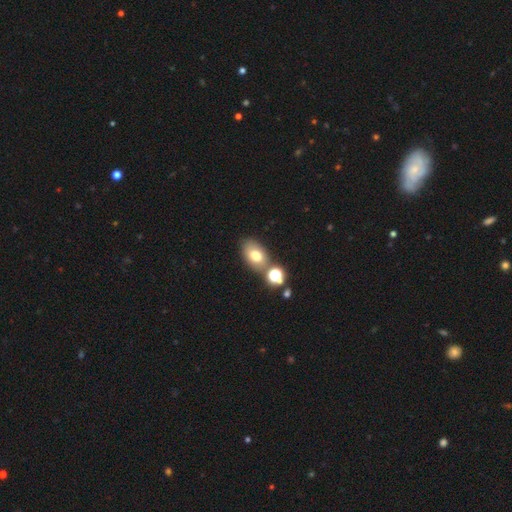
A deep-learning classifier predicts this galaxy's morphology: smooth-or-featured: smooth: 73% | featured or disk: 15% | star or artifact: 12%
  how-rounded: in between: 83% | round: 15% | cigar-shaped: 1%
  merging: none: 64% | merger: 18% | minor disturbance: 13% | major disturbance: 4%